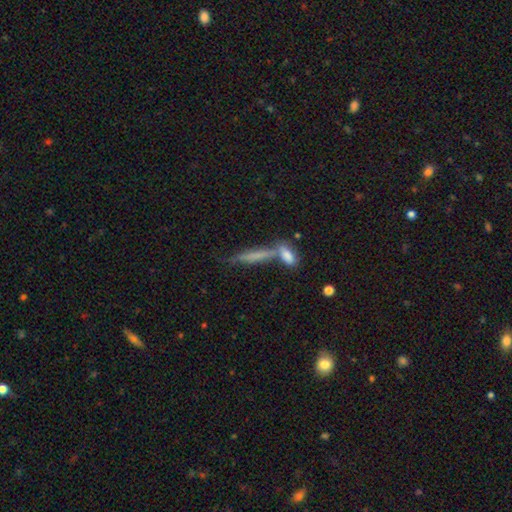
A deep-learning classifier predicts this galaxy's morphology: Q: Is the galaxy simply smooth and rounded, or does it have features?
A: smooth — 60%.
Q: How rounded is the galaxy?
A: cigar-shaped — 83%.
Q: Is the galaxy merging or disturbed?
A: none — 43%.